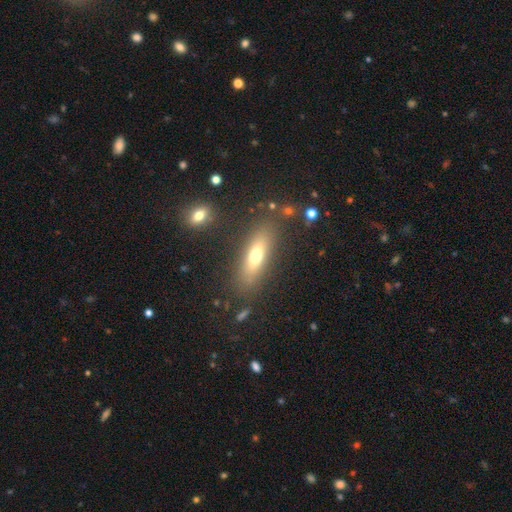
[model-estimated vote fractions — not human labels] smooth_or_featured: smooth (p=0.64) [alt: featured or disk p=0.26]
how_rounded: in between (p=0.49) [alt: cigar-shaped p=0.47]
merging: none (p=0.80) [alt: minor disturbance p=0.11]